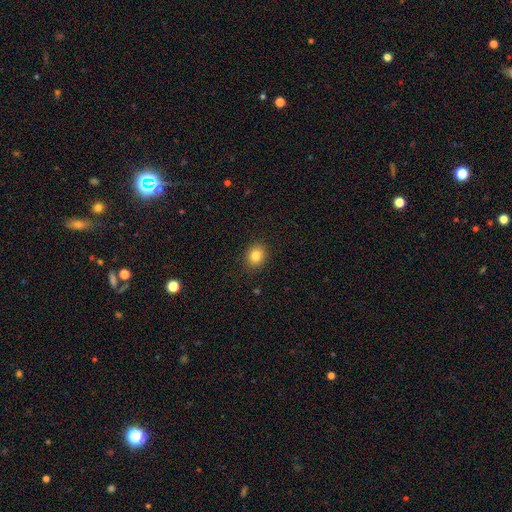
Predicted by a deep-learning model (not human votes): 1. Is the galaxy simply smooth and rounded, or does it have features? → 83% smooth, 11% star or artifact, 6% featured or disk.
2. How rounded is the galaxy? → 65% round, 34% in between, 1% cigar-shaped.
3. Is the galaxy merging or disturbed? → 90% none, 7% minor disturbance, 2% major disturbance, 1% merger.